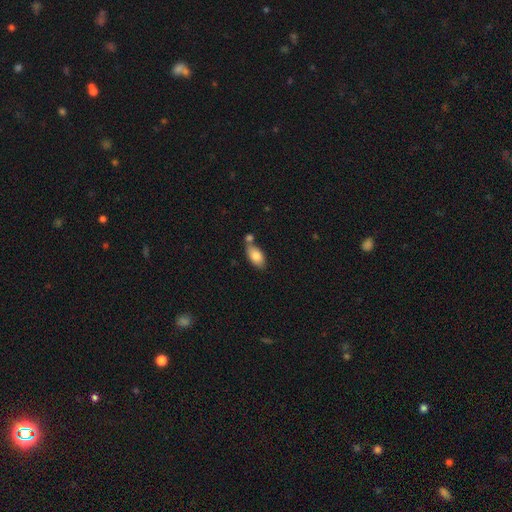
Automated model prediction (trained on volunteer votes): smooth_or_featured: smooth (p=0.82) [alt: featured or disk p=0.11]
how_rounded: in between (p=0.92) [alt: cigar-shaped p=0.04]
merging: none (p=0.54) [alt: merger p=0.28]